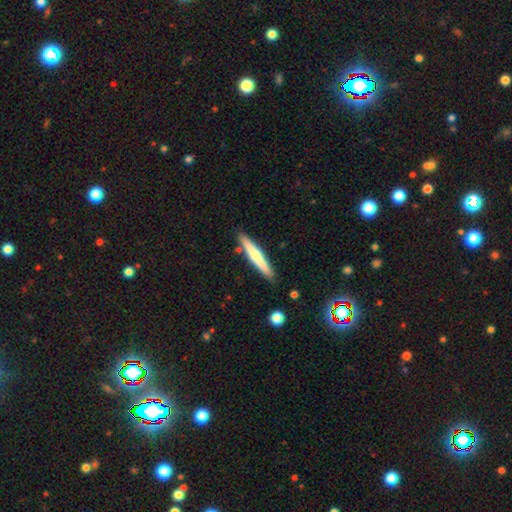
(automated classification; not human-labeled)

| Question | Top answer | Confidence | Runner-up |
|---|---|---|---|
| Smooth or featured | smooth | 52% | featured or disk (43%) |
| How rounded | cigar-shaped | 94% | in between (4%) |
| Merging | none | 87% | minor disturbance (8%) |